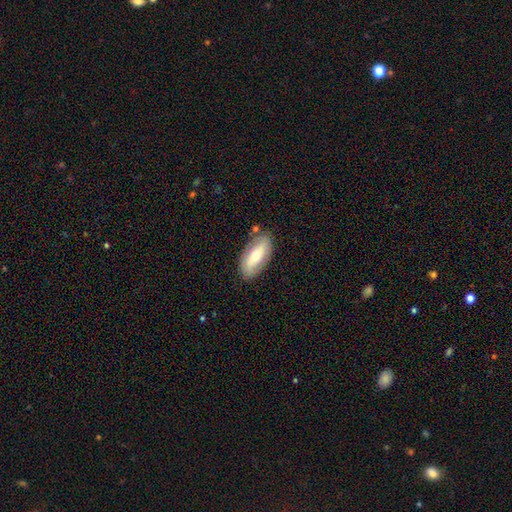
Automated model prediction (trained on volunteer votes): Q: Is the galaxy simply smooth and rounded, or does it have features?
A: smooth — 53%.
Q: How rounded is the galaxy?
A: in between — 87%.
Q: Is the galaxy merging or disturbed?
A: none — 81%.